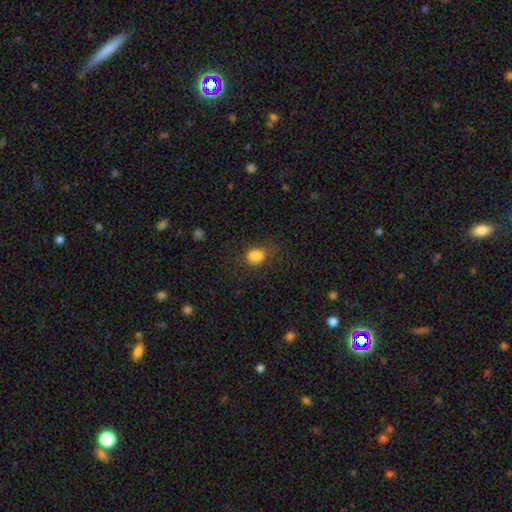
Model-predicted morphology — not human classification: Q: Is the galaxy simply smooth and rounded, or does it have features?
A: smooth — 84%.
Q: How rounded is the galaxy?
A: in between — 61%.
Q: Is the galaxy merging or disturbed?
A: none — 70%.